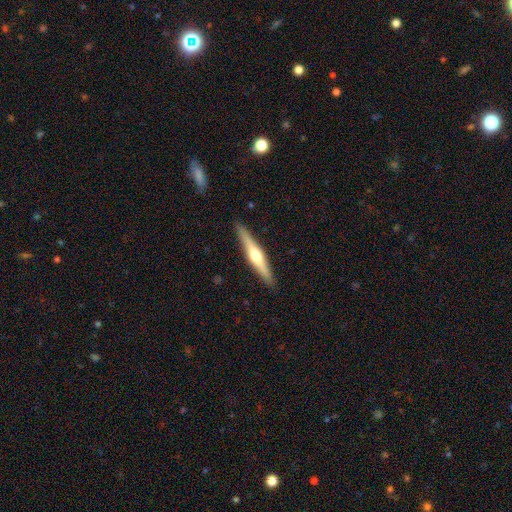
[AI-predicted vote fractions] A featured or disk galaxy (64%) viewed edge-on (97%) with a rounded central bulge (90%). Merging: none (91%).